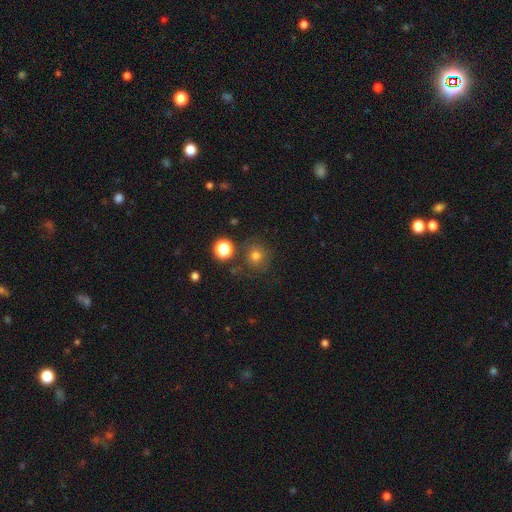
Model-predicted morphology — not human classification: The model was most divided on "smooth or featured": smooth: 73%, star or artifact: 18%, featured or disk: 8%. More confident: how rounded — round (89%); merging — none (80%).